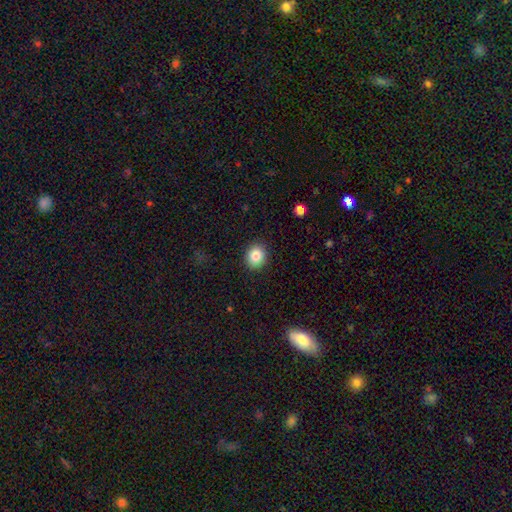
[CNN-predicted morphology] The model was most divided on "how rounded": round: 74%, in between: 25%, cigar-shaped: 1%. More confident: merging — none (91%); smooth or featured — smooth (85%).